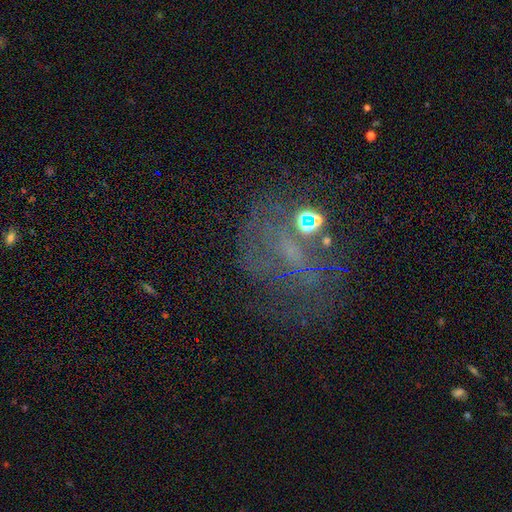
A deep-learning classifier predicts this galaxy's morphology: This appears to be a featured or disk galaxy (50%). Merging: none (49%).